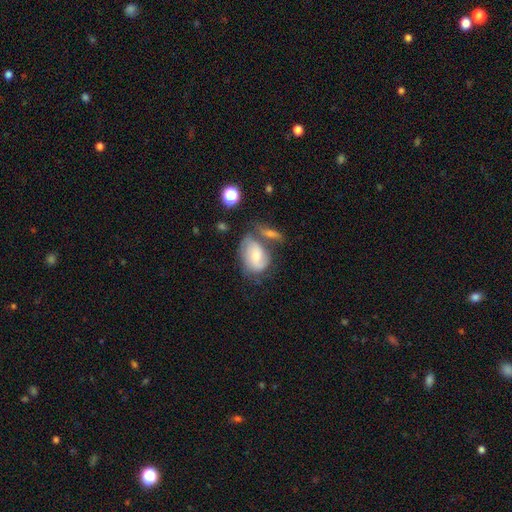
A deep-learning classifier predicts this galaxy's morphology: smooth-or-featured: featured or disk: 49% | smooth: 43% | star or artifact: 8%
  merging: none: 39% | merger: 26% | minor disturbance: 21% | major disturbance: 14%